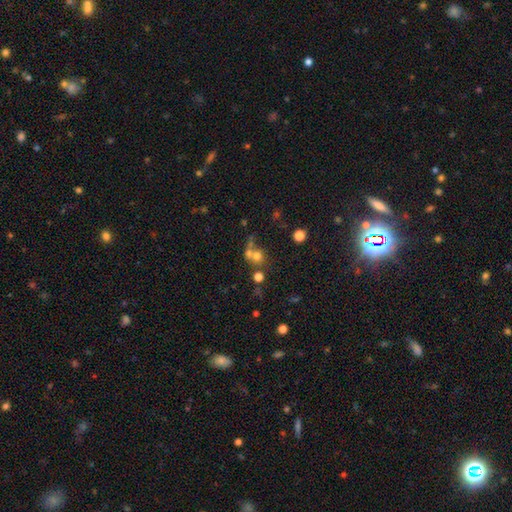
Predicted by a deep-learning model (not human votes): The model was most divided on "merging": merger: 48%, none: 38%, minor disturbance: 8%, major disturbance: 6%. More confident: how rounded — round (82%); smooth or featured — smooth (65%).